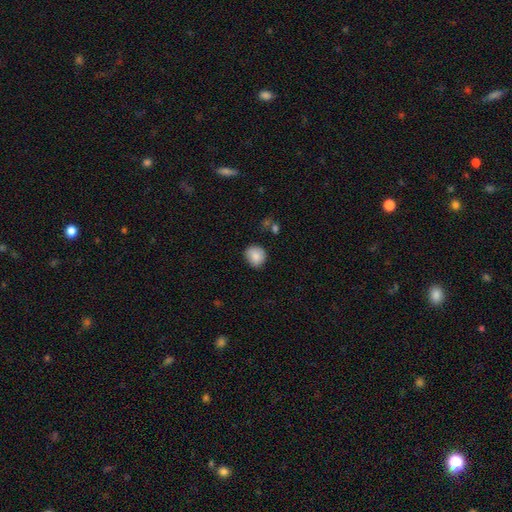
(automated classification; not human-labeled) smooth 86%, star or artifact 8%, featured or disk 6%. Down the decision tree: how rounded — round (82%); merging — none (81%).